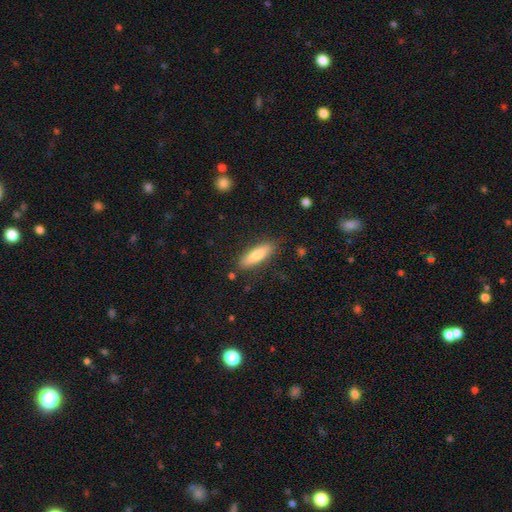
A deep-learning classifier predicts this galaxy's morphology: A smooth galaxy with no disk features (78%) that is cigar-shaped (53%).

Vote fractions:
- Smooth or featured? smooth: 78% / featured or disk: 16% / star or artifact: 6%
- How rounded? cigar-shaped: 53% / in between: 46% / round: 2%
- Merging? none: 84% / minor disturbance: 11% / major disturbance: 3% / merger: 2%